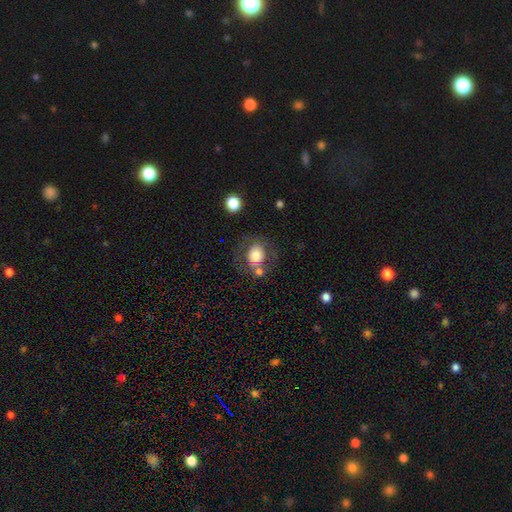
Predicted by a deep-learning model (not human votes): The model was most divided on "how rounded": round: 63%, in between: 36%, cigar-shaped: 1%. More confident: smooth or featured — smooth (68%); merging — none (58%).